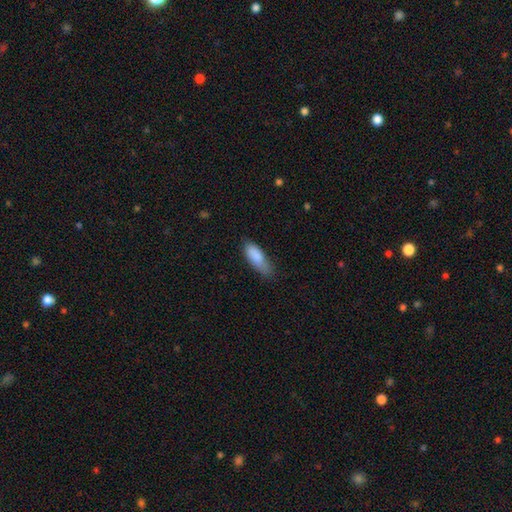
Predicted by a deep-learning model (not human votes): Morphology: type=smooth (87%); roundness=in between (72%); merging=none (55%).